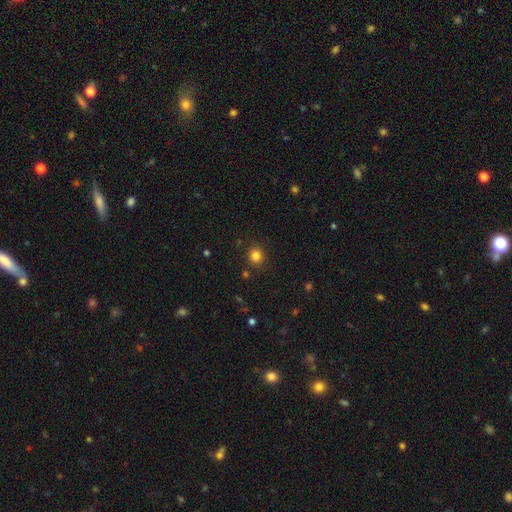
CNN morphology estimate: type=smooth (82%); roundness=round (86%); merging=none (89%).